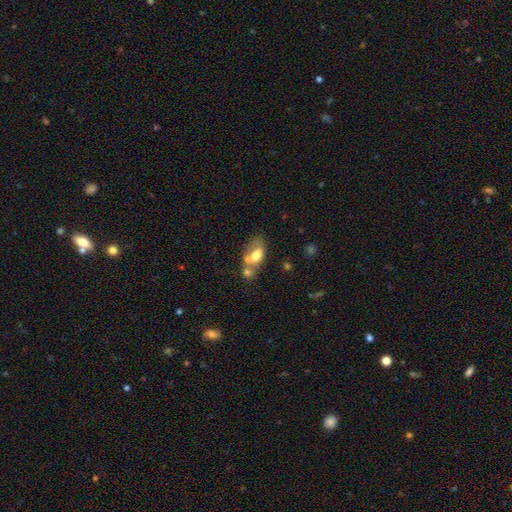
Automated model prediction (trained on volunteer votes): Smooth or featured? Predicted: smooth (p=0.62). How rounded? Predicted: in between (p=0.86). Merging? Predicted: merger (p=0.45).